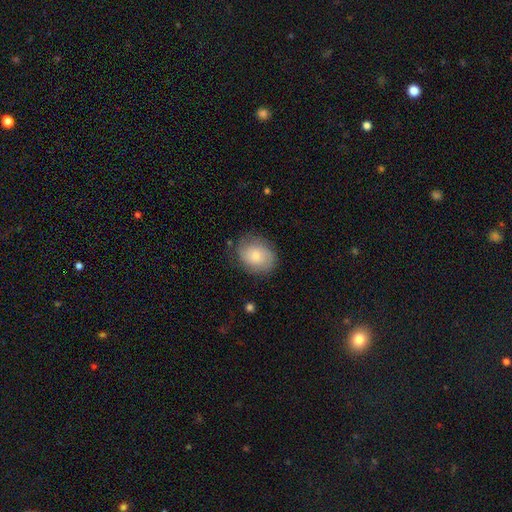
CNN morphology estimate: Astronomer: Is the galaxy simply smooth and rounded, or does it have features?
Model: smooth — 59% (runner-up: featured or disk, 34%).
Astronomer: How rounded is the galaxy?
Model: round — 51% (runner-up: in between, 48%).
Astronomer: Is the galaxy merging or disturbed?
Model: none — 75%.